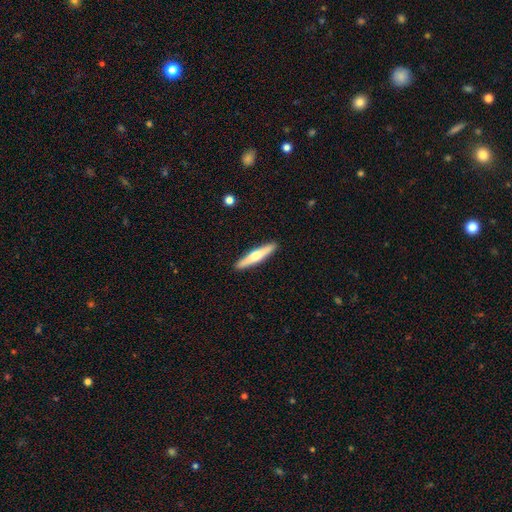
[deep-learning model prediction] Smooth or featured: smooth — 49% (featured or disk — 46%)
Merging: none — 92% (minor disturbance — 6%)